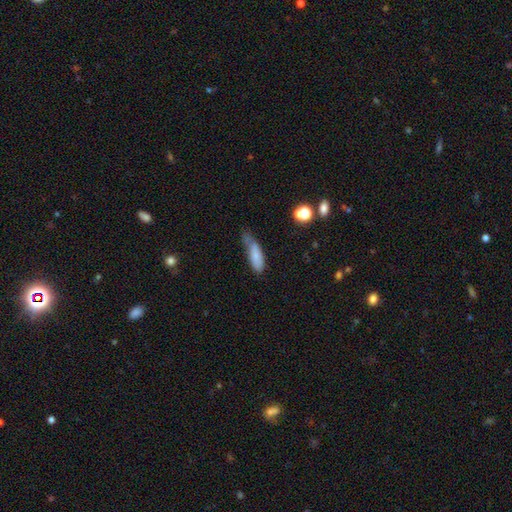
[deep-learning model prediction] Smooth or featured? smooth (79%)
How rounded? in between (55%)
Merging? minor disturbance (40%)